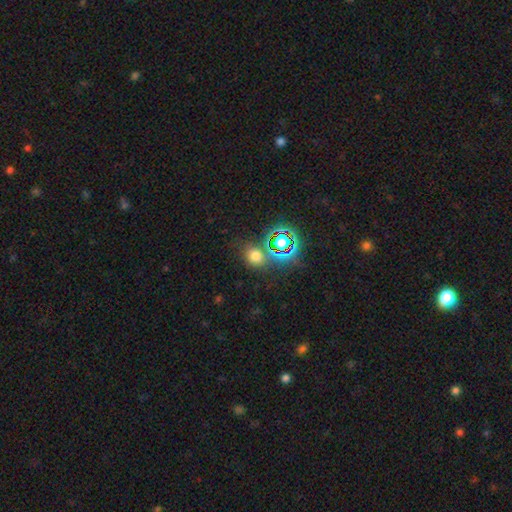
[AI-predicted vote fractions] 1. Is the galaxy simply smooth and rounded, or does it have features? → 60% smooth, 33% star or artifact, 7% featured or disk.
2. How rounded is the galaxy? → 70% round, 29% in between, 1% cigar-shaped.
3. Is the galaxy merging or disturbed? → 74% none, 11% minor disturbance, 10% merger, 5% major disturbance.